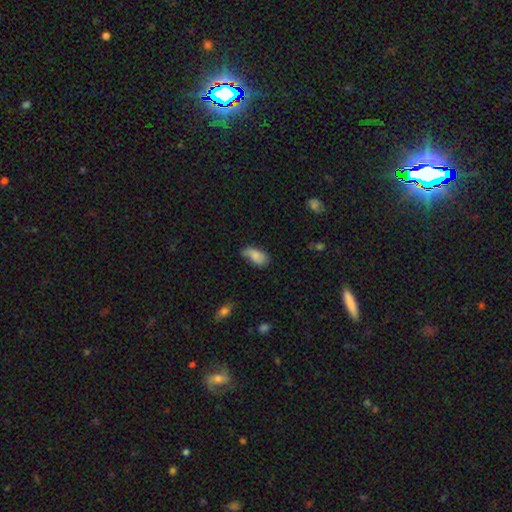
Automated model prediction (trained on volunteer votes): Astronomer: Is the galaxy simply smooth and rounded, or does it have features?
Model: smooth — 79%.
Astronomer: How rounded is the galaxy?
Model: in between — 92%.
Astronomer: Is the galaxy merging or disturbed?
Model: none — 54% (runner-up: minor disturbance, 34%).